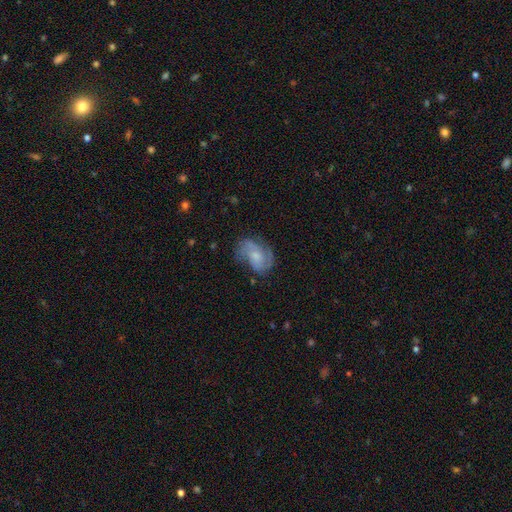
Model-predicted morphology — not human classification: type=featured or disk (68%); edge-on=no (97%); bar=no (66%); spiral arms=yes (89%); winding=medium (47%); arm count=2 (63%); bulge=small (46%); merging=none (61%).